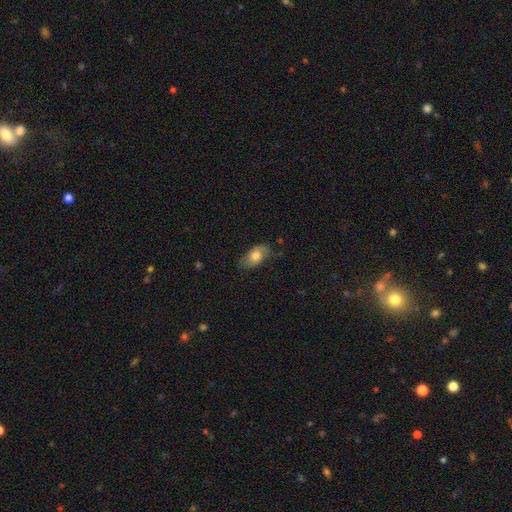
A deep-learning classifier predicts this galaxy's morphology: The model was most divided on "merging": none: 68%, minor disturbance: 25%, major disturbance: 6%, merger: 2%. More confident: how rounded — in between (90%); smooth or featured — smooth (73%).